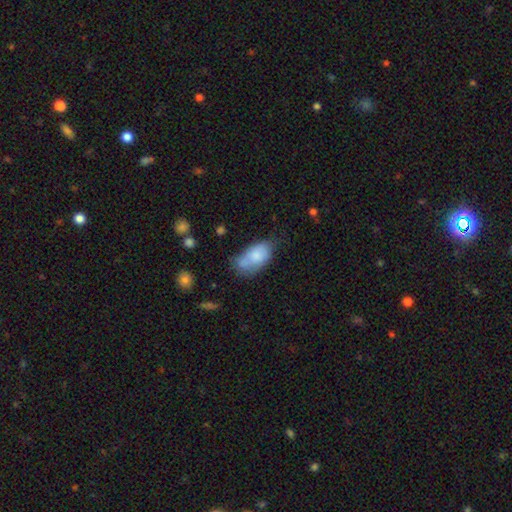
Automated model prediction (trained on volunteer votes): Q: Smooth or featured?
A: smooth (75%); runner-up: featured or disk (17%)
Q: How rounded?
A: in between (92%); runner-up: round (6%)
Q: Merging?
A: none (33%); runner-up: minor disturbance (28%)